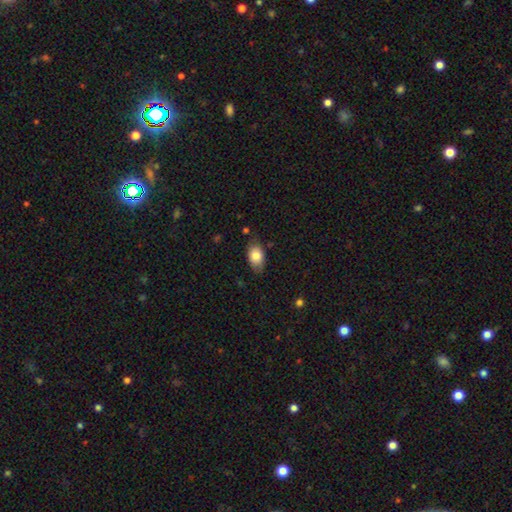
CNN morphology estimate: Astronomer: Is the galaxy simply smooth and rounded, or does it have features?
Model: smooth — 82%.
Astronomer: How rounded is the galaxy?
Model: in between — 88%.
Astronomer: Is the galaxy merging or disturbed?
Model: none — 74%.